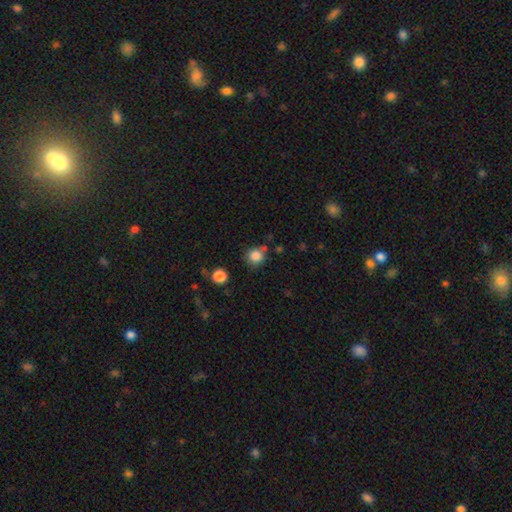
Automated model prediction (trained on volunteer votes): Overall: smooth (84%). How rounded: round (88%). Merging: none (74%).